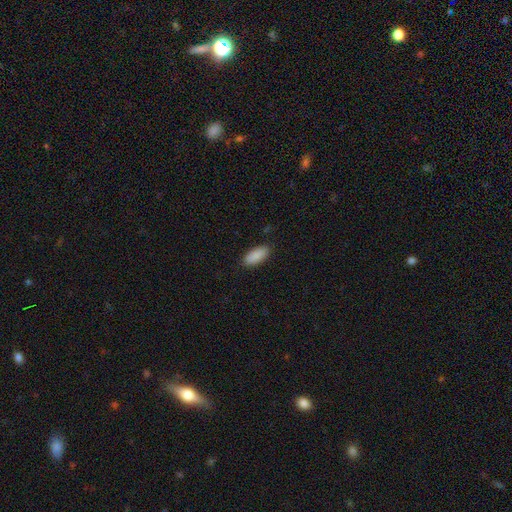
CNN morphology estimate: Q: Smooth or featured?
A: smooth (90%); runner-up: star or artifact (6%)
Q: How rounded?
A: in between (88%); runner-up: cigar-shaped (10%)
Q: Merging?
A: none (88%); runner-up: minor disturbance (9%)